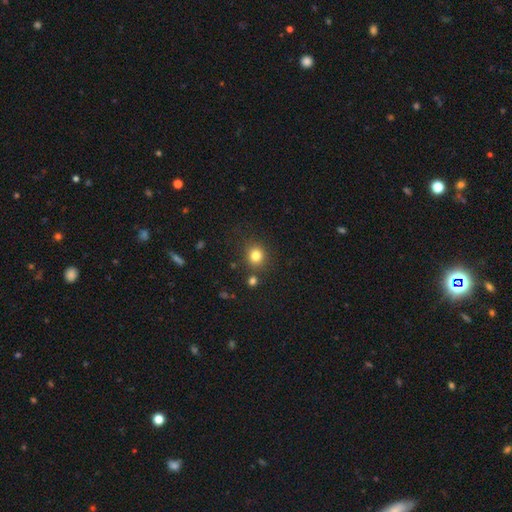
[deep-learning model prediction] smooth 81%, star or artifact 13%, featured or disk 6%. Down the decision tree: how rounded — round (86%); merging — none (82%).